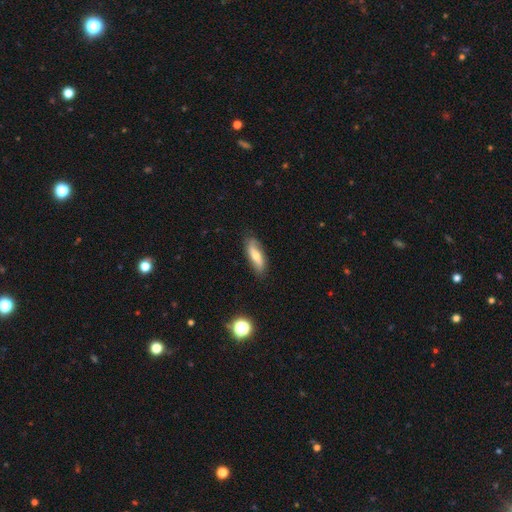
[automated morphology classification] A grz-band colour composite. It shows a smooth galaxy with no disk features (53%) that is in between round and cigar-shaped (56%). Merging: none (80%).